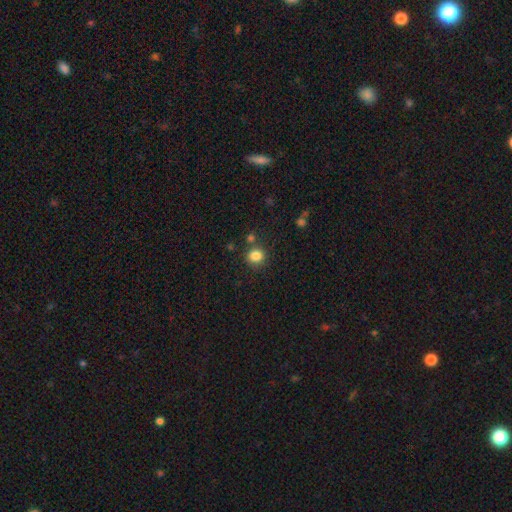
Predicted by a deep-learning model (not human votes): A smooth galaxy with no disk features (84%) that is round (81%).

Vote fractions:
- Smooth or featured? smooth: 84% / star or artifact: 11% / featured or disk: 5%
- How rounded? round: 81% / in between: 18% / cigar-shaped: 1%
- Merging? none: 79% / minor disturbance: 10% / merger: 8% / major disturbance: 3%